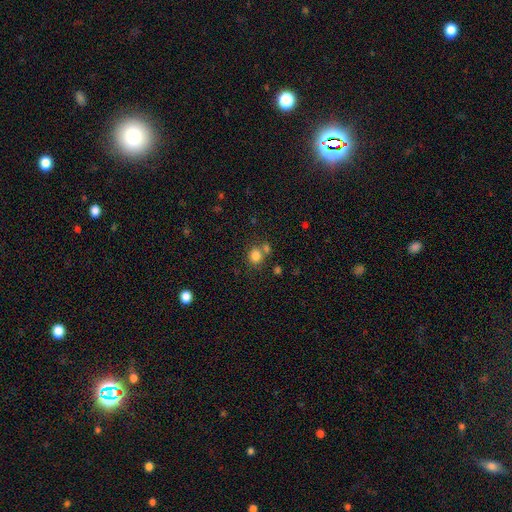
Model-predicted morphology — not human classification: The model was most divided on "merging": none: 60%, merger: 25%, minor disturbance: 11%, major disturbance: 4%. More confident: smooth or featured — smooth (81%); how rounded — round (74%).